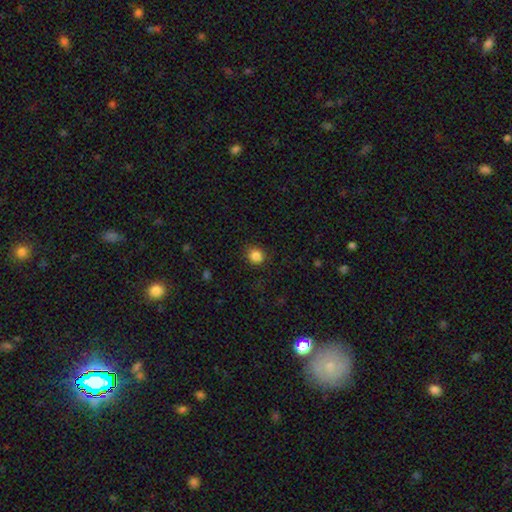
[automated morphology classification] Q: Smooth or featured?
A: smooth (86%); runner-up: star or artifact (11%)
Q: How rounded?
A: round (83%); runner-up: in between (16%)
Q: Merging?
A: none (86%); runner-up: minor disturbance (10%)